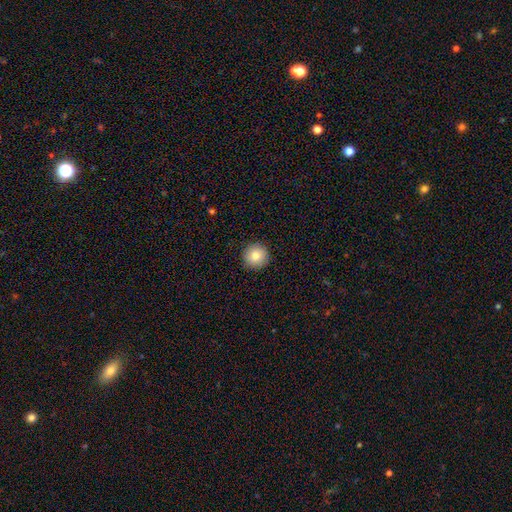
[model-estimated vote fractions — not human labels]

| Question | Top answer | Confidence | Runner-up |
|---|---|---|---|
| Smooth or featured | smooth | 85% | star or artifact (9%) |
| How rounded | round | 95% | in between (4%) |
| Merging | none | 92% | minor disturbance (6%) |